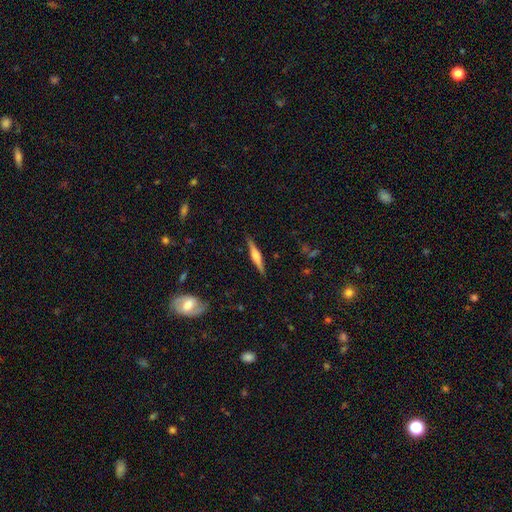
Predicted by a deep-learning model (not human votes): Smooth or featured? featured or disk (69%)
Edge-on disk? yes (98%)
Edge-on bulge? rounded (81%)
Merging? none (90%)